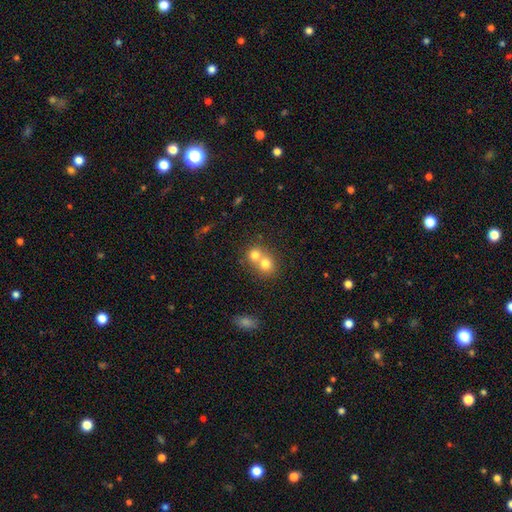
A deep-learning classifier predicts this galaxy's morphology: smooth-or-featured: smooth: 73% | featured or disk: 16% | star or artifact: 12%
  how-rounded: round: 77% | in between: 22% | cigar-shaped: 1%
  merging: merger: 65% | none: 28% | minor disturbance: 4% | major disturbance: 2%